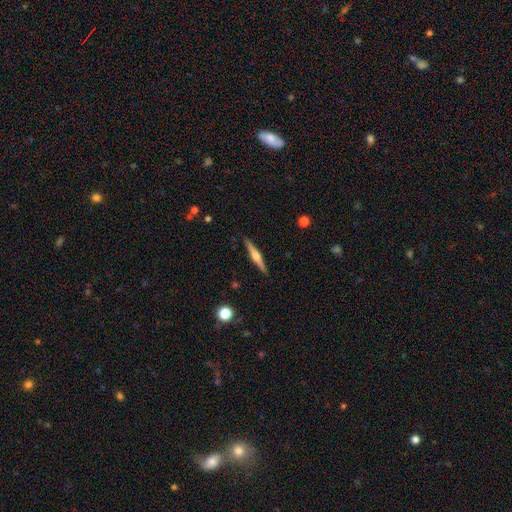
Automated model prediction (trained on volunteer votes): The model was most divided on "smooth or featured": featured or disk: 72%, smooth: 23%, star or artifact: 6%. More confident: edge-on disk — yes (98%); merging — none (92%); edge-on bulge — rounded (89%).